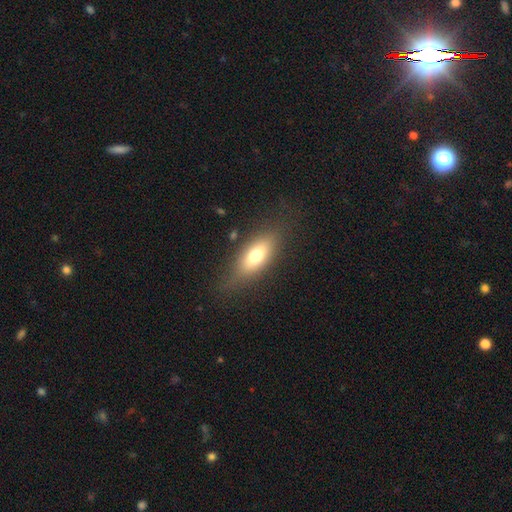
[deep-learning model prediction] This appears to be a smooth galaxy with no disk features (68%) that is in between round and cigar-shaped (77%). Merging: none (75%).